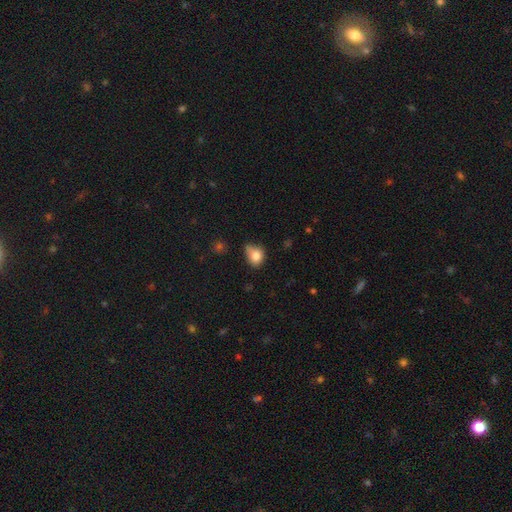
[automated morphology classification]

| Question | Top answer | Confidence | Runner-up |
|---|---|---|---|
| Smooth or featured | smooth | 80% | star or artifact (10%) |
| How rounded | round | 49% | tied: in between (49%) |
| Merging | none | 43% | minor disturbance (39%) |